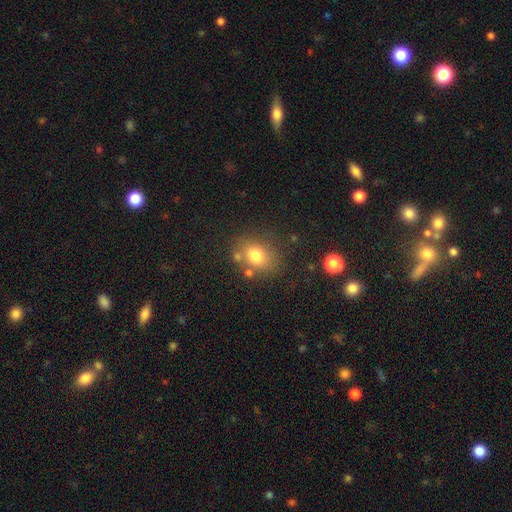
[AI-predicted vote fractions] Smooth or featured? smooth (75%)
How rounded? round (51%)
Merging? none (70%)